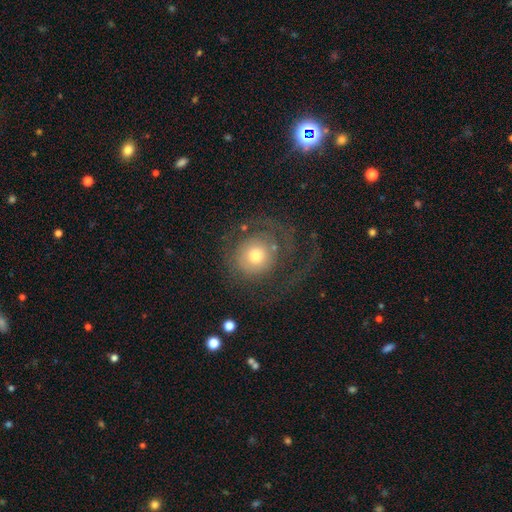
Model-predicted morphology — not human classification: featured or disk 48%, smooth 43%, star or artifact 9%. Down the decision tree: merging — none (49%).